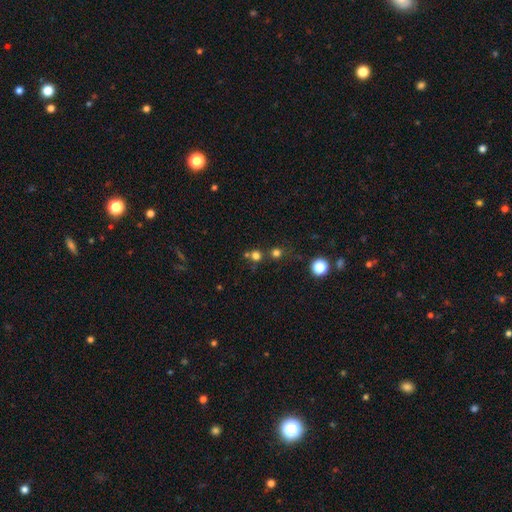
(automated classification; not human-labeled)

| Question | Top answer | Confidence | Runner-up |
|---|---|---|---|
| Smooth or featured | smooth | 67% | star or artifact (25%) |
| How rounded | round | 90% | in between (9%) |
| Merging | none | 66% | merger (23%) |